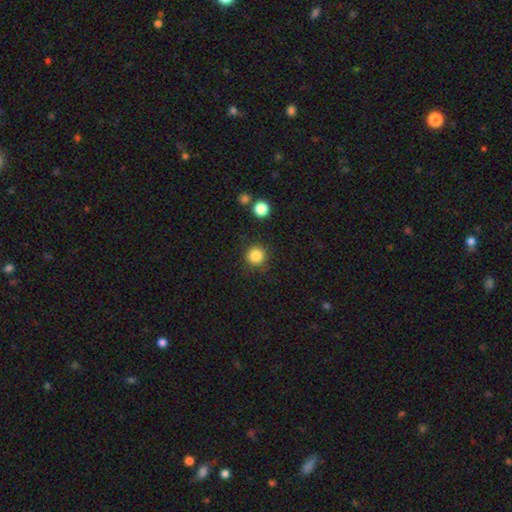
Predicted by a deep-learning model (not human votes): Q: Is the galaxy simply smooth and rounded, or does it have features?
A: smooth — 85%.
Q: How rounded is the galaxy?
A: round — 94%.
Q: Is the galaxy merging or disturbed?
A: none — 87%.